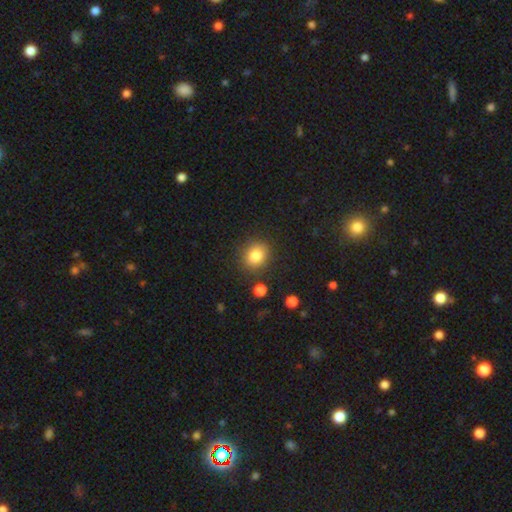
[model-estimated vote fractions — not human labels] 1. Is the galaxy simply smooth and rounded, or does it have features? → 83% smooth, 11% star or artifact, 6% featured or disk.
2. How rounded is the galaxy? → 73% round, 26% in between, 1% cigar-shaped.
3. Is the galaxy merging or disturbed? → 85% none, 9% minor disturbance, 3% merger, 3% major disturbance.